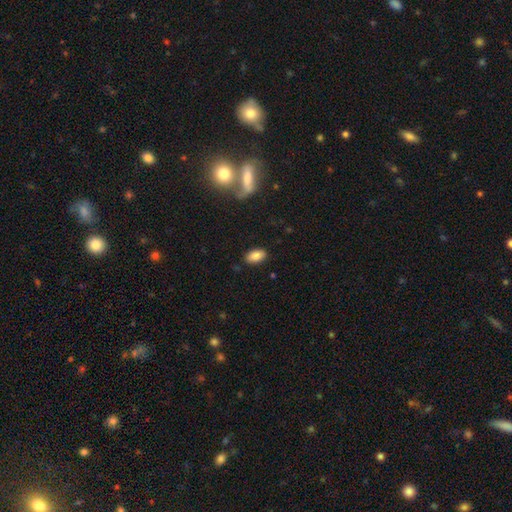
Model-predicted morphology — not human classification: This is clearly a smooth galaxy (82%). How rounded: clearly in between (93%). Merging: clearly none (87%).